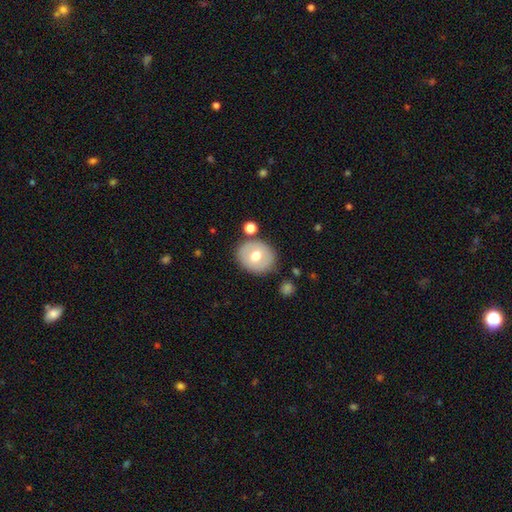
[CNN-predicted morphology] A smooth galaxy with no disk features (62%) that is round (67%).

Vote fractions:
- Smooth or featured? smooth: 62% / featured or disk: 31% / star or artifact: 7%
- How rounded? round: 67% / in between: 32% / cigar-shaped: 1%
- Merging? none: 80% / minor disturbance: 12% / merger: 5% / major disturbance: 4%